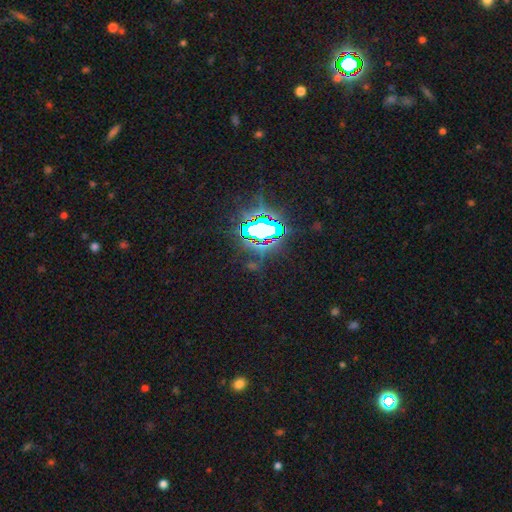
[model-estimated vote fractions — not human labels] Morphology: type=star or artifact (81%).